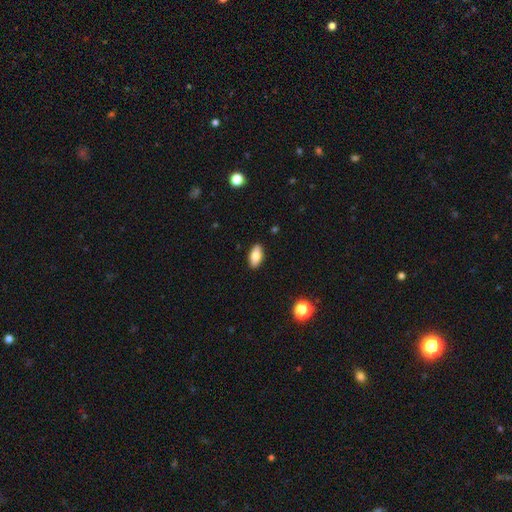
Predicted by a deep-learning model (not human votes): Smooth or featured: smooth — 78% (featured or disk — 15%)
How rounded: in between — 88% (cigar-shaped — 8%)
Merging: none — 90% (minor disturbance — 7%)